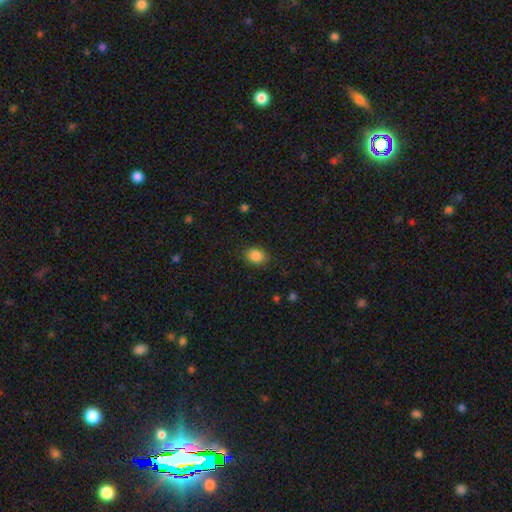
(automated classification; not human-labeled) A smooth galaxy with no disk features (87%) that is in between round and cigar-shaped (58%).

Vote fractions:
- Smooth or featured? smooth: 87% / star or artifact: 9% / featured or disk: 4%
- How rounded? in between: 58% / round: 41% / cigar-shaped: 1%
- Merging? none: 84% / minor disturbance: 12% / major disturbance: 3% / merger: 1%